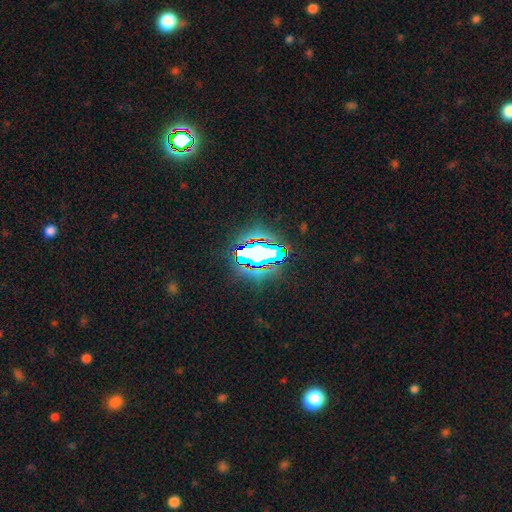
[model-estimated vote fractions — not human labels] smooth_or_featured: star or artifact (p=0.65) [alt: smooth p=0.19]